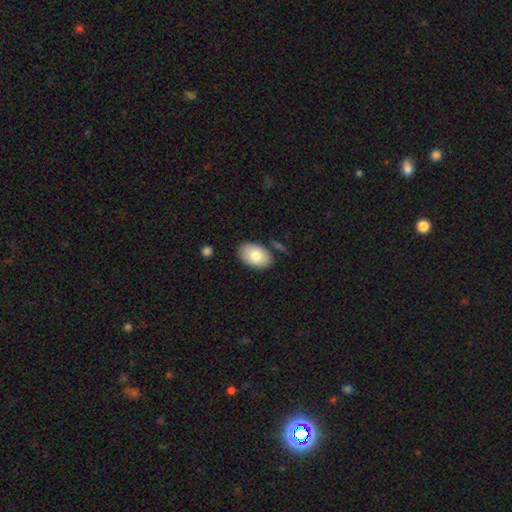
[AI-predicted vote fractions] Q: Smooth or featured?
A: smooth (82%); runner-up: featured or disk (12%)
Q: How rounded?
A: in between (90%); runner-up: round (9%)
Q: Merging?
A: none (80%); runner-up: minor disturbance (13%)